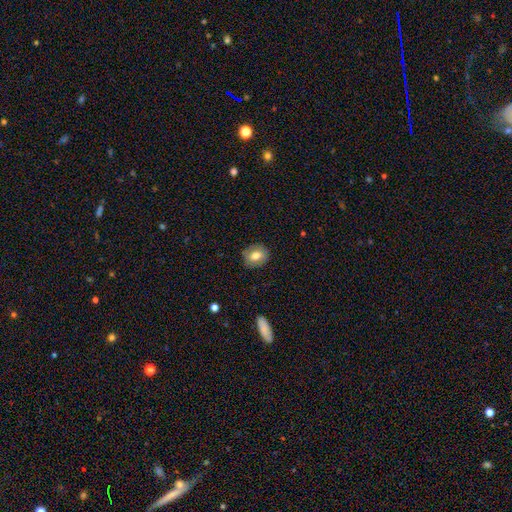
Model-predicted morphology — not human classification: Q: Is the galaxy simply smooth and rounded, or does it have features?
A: smooth — 72%.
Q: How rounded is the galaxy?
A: round — 57%.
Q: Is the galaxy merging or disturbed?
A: none — 84%.